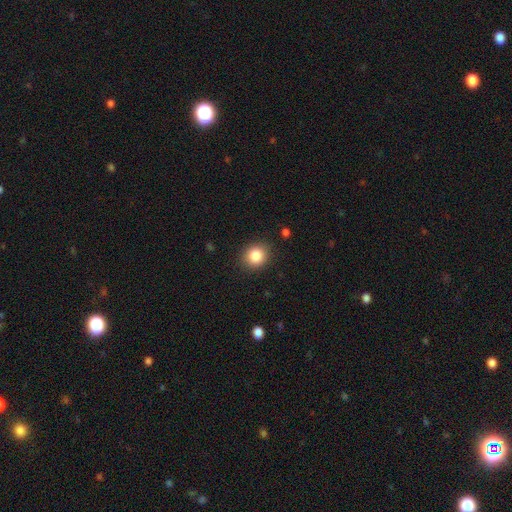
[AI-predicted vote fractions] This is clearly a smooth galaxy (85%). How rounded: likely round (78%). Merging: clearly none (88%).